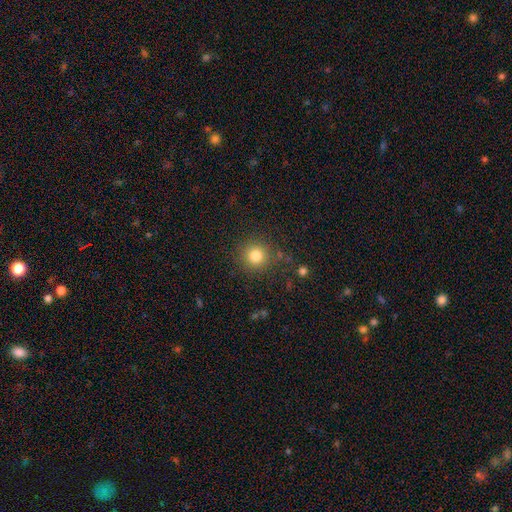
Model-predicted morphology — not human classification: Overall: smooth (81%). How rounded: round (93%). Merging: none (84%).